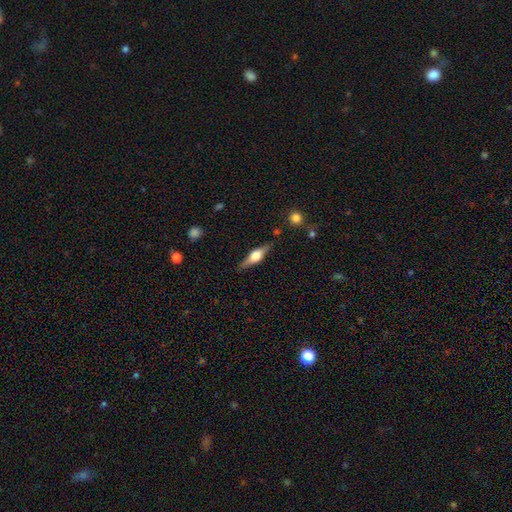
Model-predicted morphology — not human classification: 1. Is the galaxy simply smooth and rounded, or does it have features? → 64% featured or disk, 30% smooth, 6% star or artifact.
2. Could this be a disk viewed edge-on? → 96% yes, 4% no.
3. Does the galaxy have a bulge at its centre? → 91% rounded, 8% boxy, 2% none.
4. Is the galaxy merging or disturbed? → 85% none, 11% minor disturbance, 3% major disturbance, 2% merger.